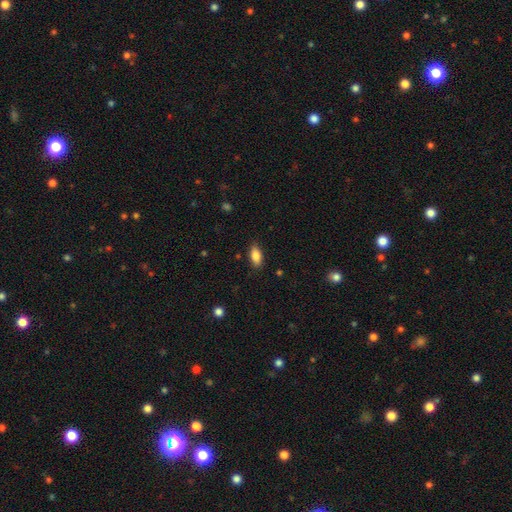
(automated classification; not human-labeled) A smooth galaxy with no disk features (85%) that is in between round and cigar-shaped (88%).

Vote fractions:
- Smooth or featured? smooth: 85% / featured or disk: 8% / star or artifact: 7%
- How rounded? in between: 88% / cigar-shaped: 9% / round: 3%
- Merging? none: 85% / minor disturbance: 11% / major disturbance: 2% / merger: 1%